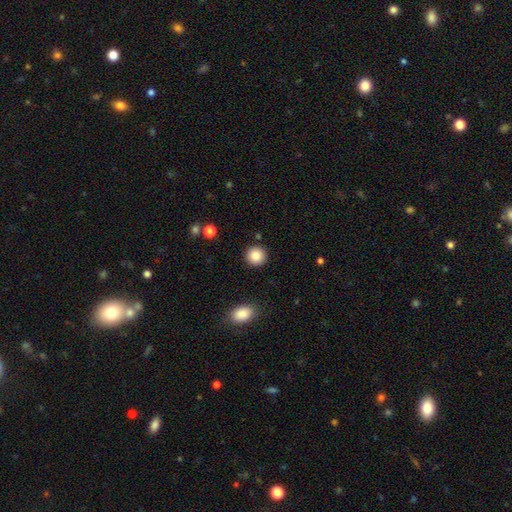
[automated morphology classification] smooth 86%, star or artifact 9%, featured or disk 5%. Down the decision tree: how rounded — round (93%); merging — none (90%).